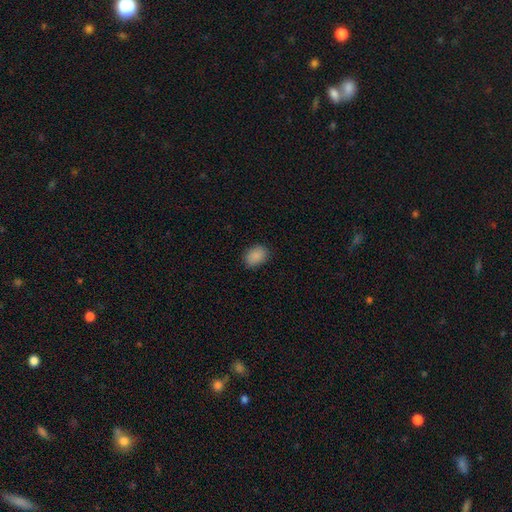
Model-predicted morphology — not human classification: This is clearly a smooth galaxy (88%). How rounded: likely in between (73%). Merging: clearly none (85%).